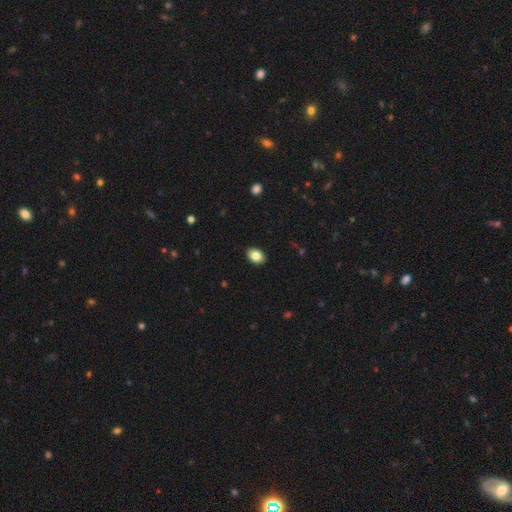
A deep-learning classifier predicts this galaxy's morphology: A smooth galaxy with no disk features (86%) that is in between round and cigar-shaped (75%). Merging: none (90%).